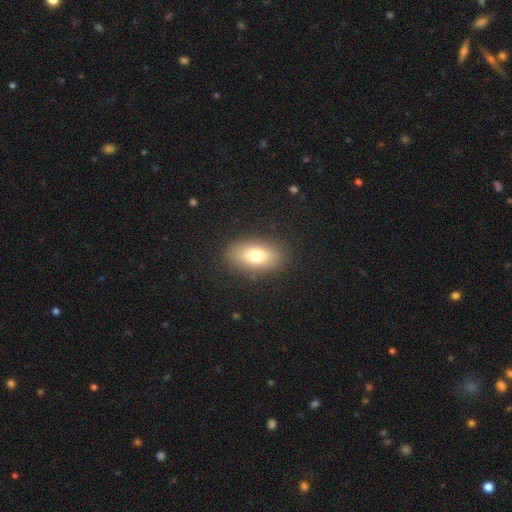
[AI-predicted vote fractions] A smooth galaxy with no disk features (76%) that is in between round and cigar-shaped (87%). Merging: none (87%).